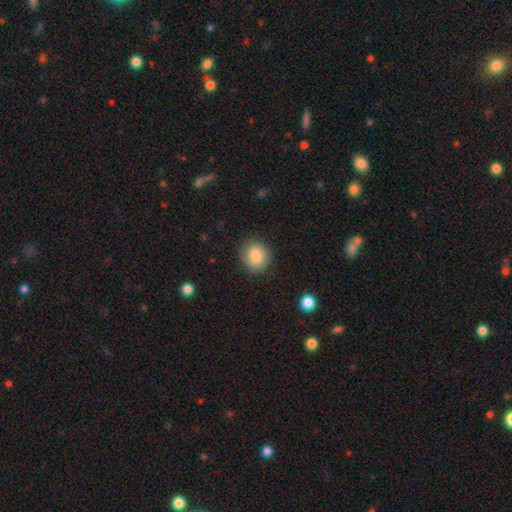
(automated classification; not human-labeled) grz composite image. It shows a smooth galaxy with no disk features (84%) that is round (76%). Merging: none (81%).